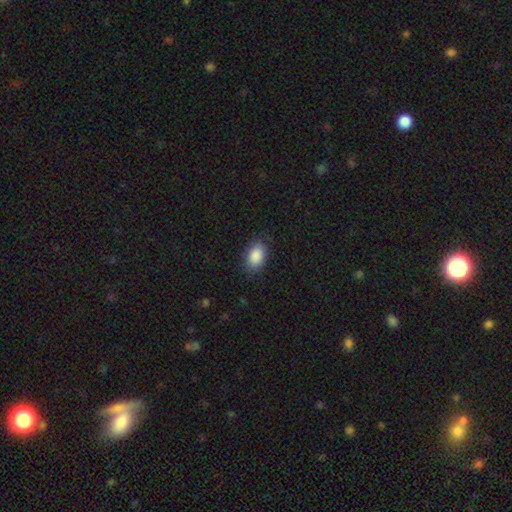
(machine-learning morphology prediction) smooth_or_featured: smooth (p=0.89) [alt: star or artifact p=0.07]
how_rounded: in between (p=0.87) [alt: round p=0.12]
merging: none (p=0.84) [alt: minor disturbance p=0.12]